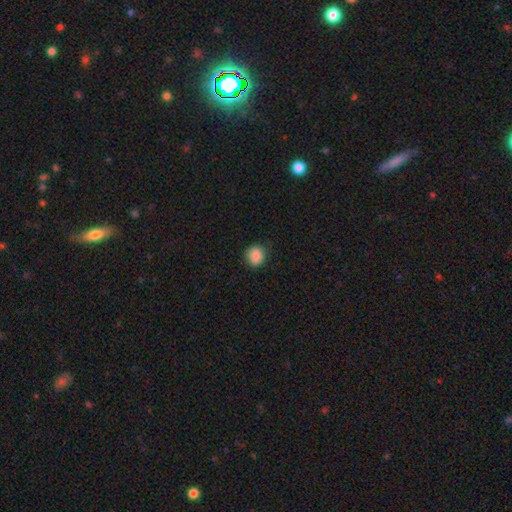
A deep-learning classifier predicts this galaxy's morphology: smooth 86%, star or artifact 8%, featured or disk 5%. Down the decision tree: how rounded — round (80%); merging — none (78%).